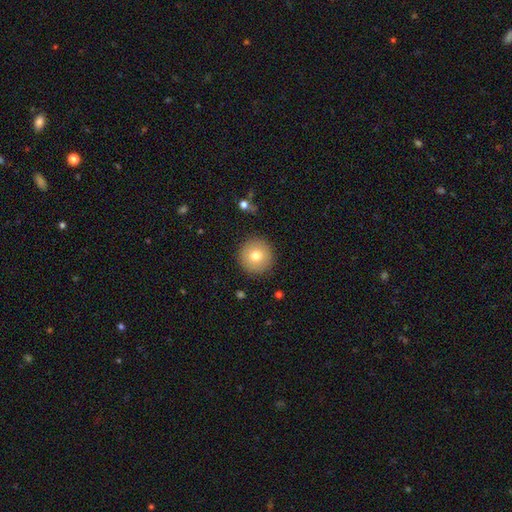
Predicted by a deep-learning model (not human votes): smooth 76%, featured or disk 15%, star or artifact 9%. Down the decision tree: how rounded — round (96%); merging — none (91%).